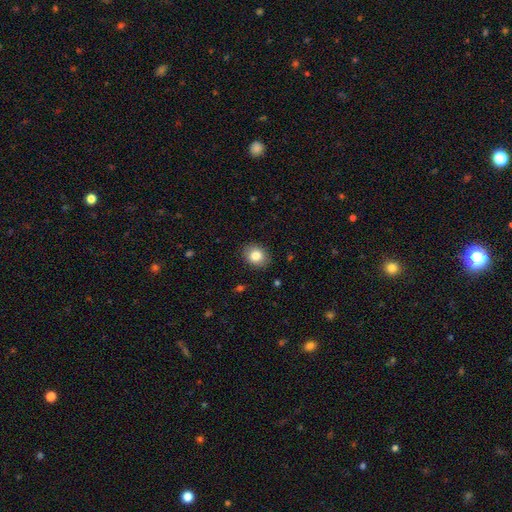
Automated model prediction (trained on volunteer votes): smooth-or-featured: smooth: 83% | star or artifact: 9% | featured or disk: 8%
  how-rounded: in between: 50% | round: 49% | cigar-shaped: 1%
  merging: none: 89% | minor disturbance: 8% | major disturbance: 2% | merger: 1%